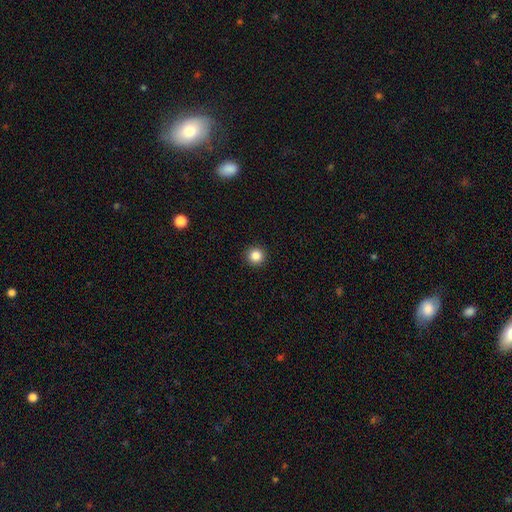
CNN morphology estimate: A smooth galaxy with no disk features (86%) that is round (95%). Merging: none (93%).